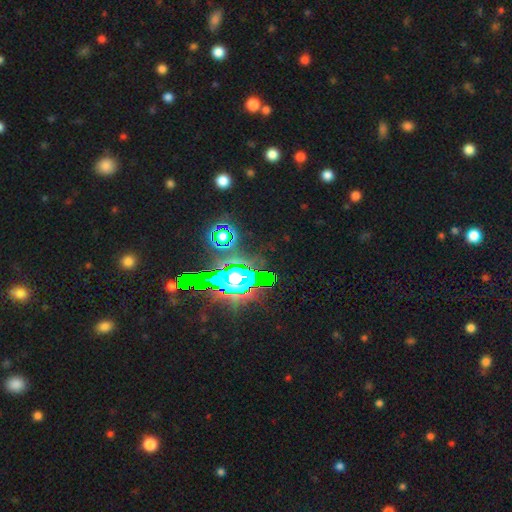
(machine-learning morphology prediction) Smooth or featured? Predicted: star or artifact (p=0.81).